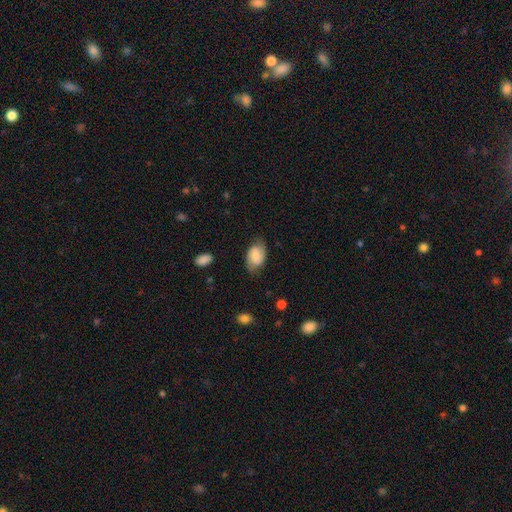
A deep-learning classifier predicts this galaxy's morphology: Q: Smooth or featured?
A: smooth (70%); runner-up: featured or disk (23%)
Q: How rounded?
A: in between (89%); runner-up: round (10%)
Q: Merging?
A: none (70%); runner-up: minor disturbance (22%)